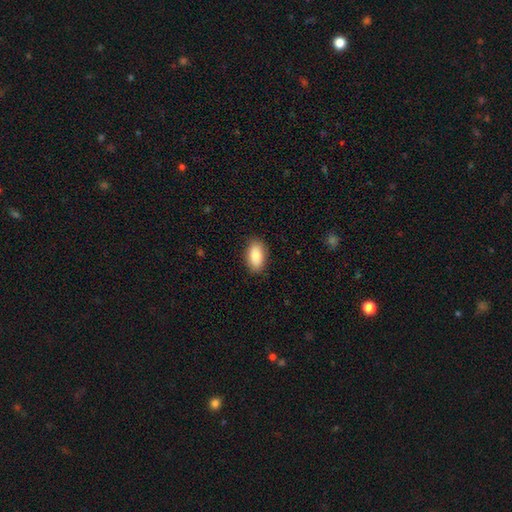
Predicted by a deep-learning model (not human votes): Smooth or featured? smooth (87%)
How rounded? in between (93%)
Merging? none (87%)